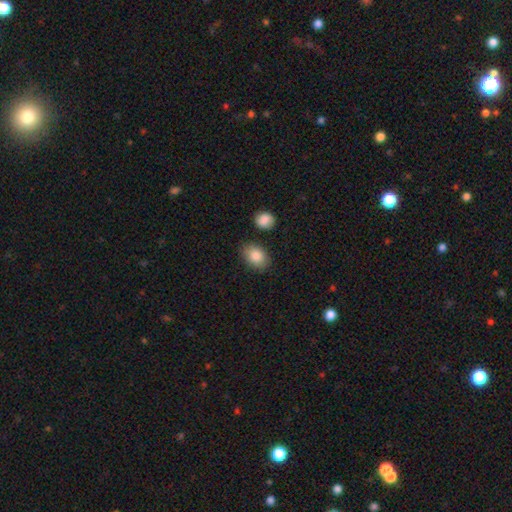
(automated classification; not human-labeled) Smooth or featured? smooth (87%)
How rounded? in between (80%)
Merging? none (81%)